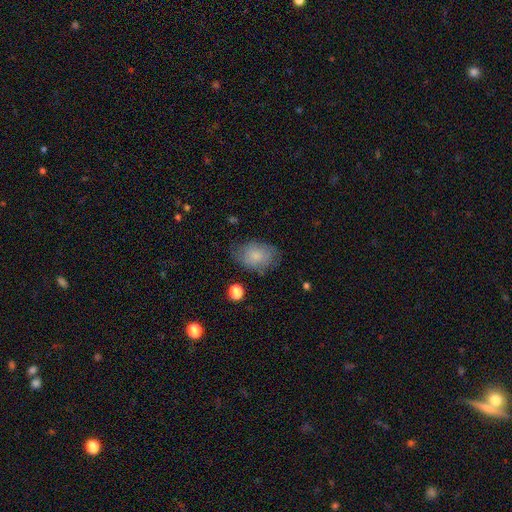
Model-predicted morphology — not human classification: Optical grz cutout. It shows a smooth galaxy with no disk features (75%) that is in between round and cigar-shaped (82%). Merging: none (65%).